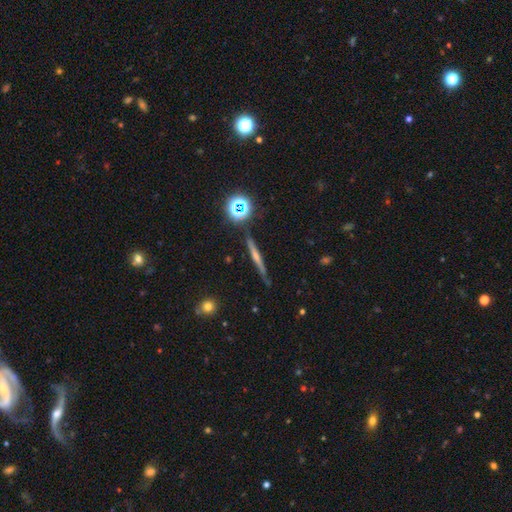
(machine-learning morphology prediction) type=featured or disk (63%); edge-on=yes (96%); edge-on bulge=rounded (62%); merging=none (87%).